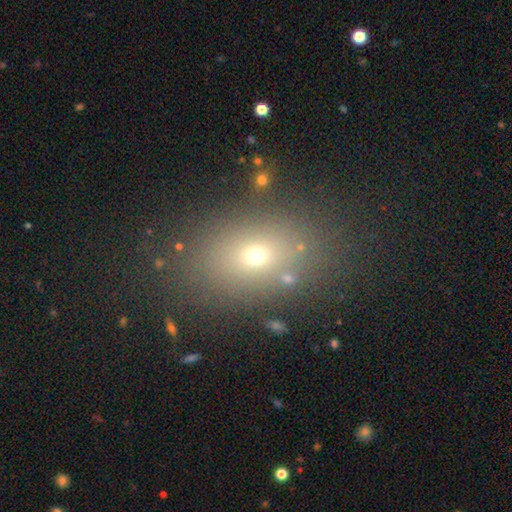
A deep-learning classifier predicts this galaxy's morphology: Smooth or featured?
  - smooth: 65% *
  - star or artifact: 20%
  - featured or disk: 15%
How rounded?
  - in between: 71% *
  - round: 26%
  - cigar-shaped: 2%
Merging?
  - none: 79% *
  - minor disturbance: 12%
  - major disturbance: 6%
  - merger: 4%